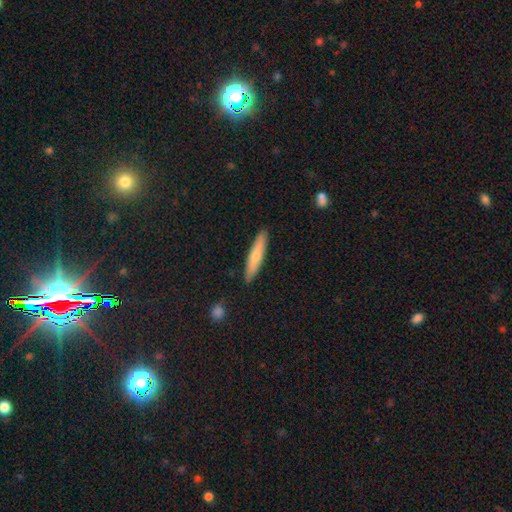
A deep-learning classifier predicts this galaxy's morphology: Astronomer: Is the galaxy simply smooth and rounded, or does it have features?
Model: smooth — 66%.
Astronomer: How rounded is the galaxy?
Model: cigar-shaped — 88%.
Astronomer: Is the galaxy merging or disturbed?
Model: none — 89%.